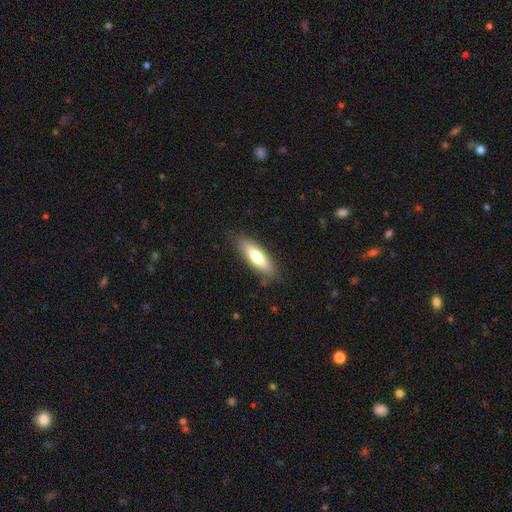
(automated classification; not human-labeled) The model was most divided on "how rounded": cigar-shaped: 51%, in between: 47%, round: 2%. More confident: merging — none (84%); smooth or featured — smooth (72%).